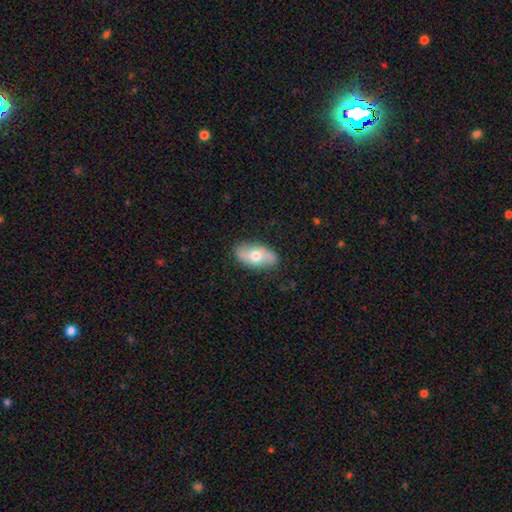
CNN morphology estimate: A smooth galaxy with no disk features (55%) that is in between round and cigar-shaped (90%). Merging: none (82%).